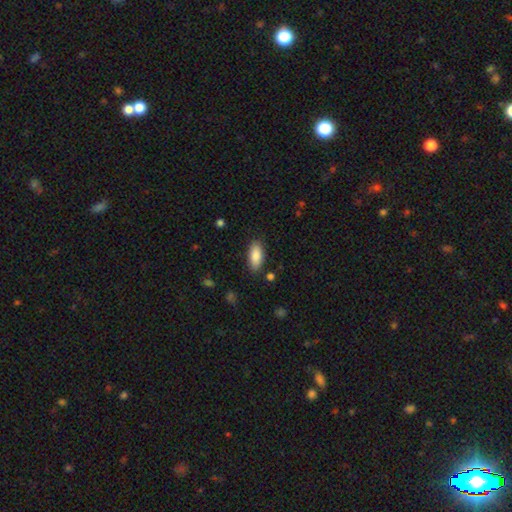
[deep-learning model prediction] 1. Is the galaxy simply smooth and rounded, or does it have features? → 87% smooth, 7% featured or disk, 6% star or artifact.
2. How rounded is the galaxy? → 85% in between, 13% cigar-shaped, 2% round.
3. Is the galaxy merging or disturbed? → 86% none, 10% minor disturbance, 2% major disturbance, 2% merger.